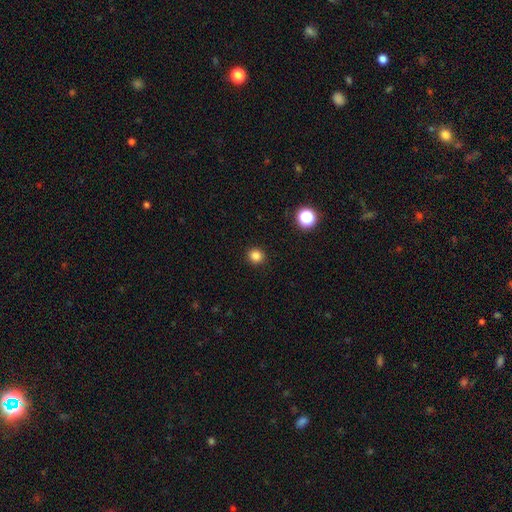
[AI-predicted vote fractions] Morphology: type=smooth (84%); roundness=round (90%); merging=none (93%).